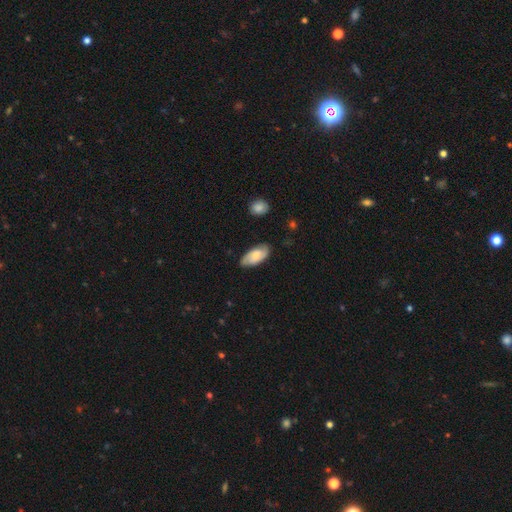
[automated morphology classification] The model was most divided on "smooth or featured": smooth: 62%, featured or disk: 31%, star or artifact: 7%. More confident: how rounded — in between (90%); merging — none (76%).